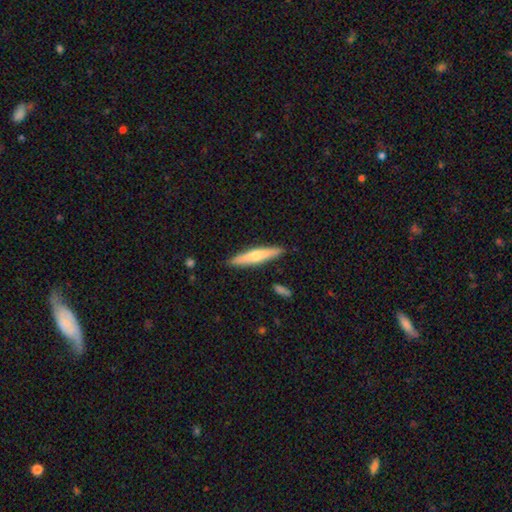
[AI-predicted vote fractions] A smooth galaxy with no disk features (55%) that is cigar-shaped (89%).

Vote fractions:
- Smooth or featured? smooth: 55% / featured or disk: 40% / star or artifact: 5%
- How rounded? cigar-shaped: 89% / in between: 10% / round: 1%
- Merging? none: 89% / minor disturbance: 8% / merger: 2% / major disturbance: 2%